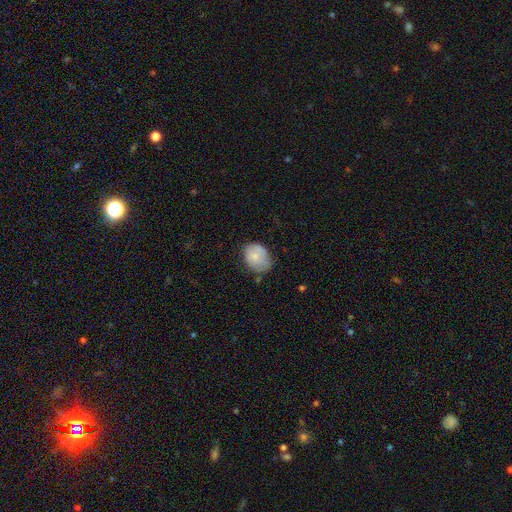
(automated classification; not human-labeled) smooth-or-featured: smooth: 73% | featured or disk: 20% | star or artifact: 7%
  how-rounded: in between: 62% | round: 37% | cigar-shaped: 1%
  merging: none: 55% | minor disturbance: 33% | major disturbance: 8% | merger: 4%